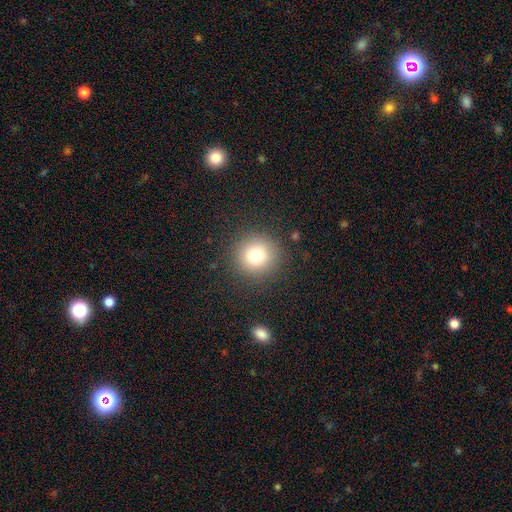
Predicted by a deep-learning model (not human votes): smooth 77%, star or artifact 14%, featured or disk 10%. Down the decision tree: how rounded — round (95%); merging — none (89%).